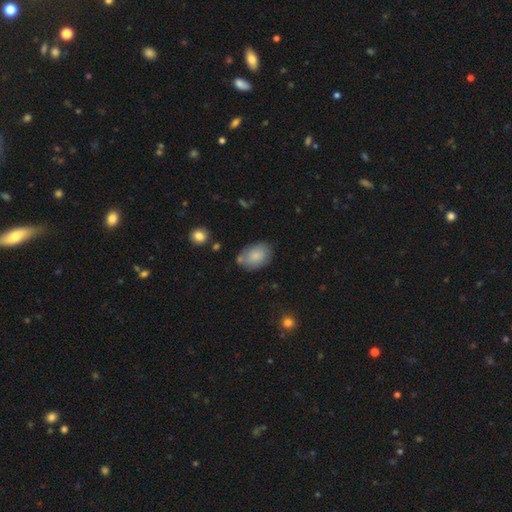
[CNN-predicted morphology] Smooth or featured? smooth (79%)
How rounded? in between (86%)
Merging? none (67%)